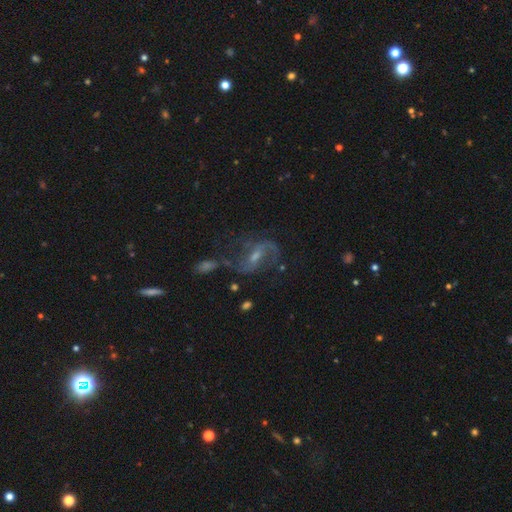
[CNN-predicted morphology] smooth_or_featured: featured or disk (p=0.76) [alt: smooth p=0.14]
disk_edge_on: no (p=0.95) [alt: yes p=0.05]
bar: weak (p=0.50) [alt: no p=0.26]
has_spiral_arms: yes (p=0.87) [alt: no p=0.13]
spiral_winding: loose (p=0.54) [alt: medium p=0.36]
spiral_arm_count: 2 (p=0.74) [alt: can't tell p=0.10]
bulge_size: small (p=0.45) [alt: moderate p=0.42]
merging: none (p=0.48) [alt: major disturbance p=0.25]